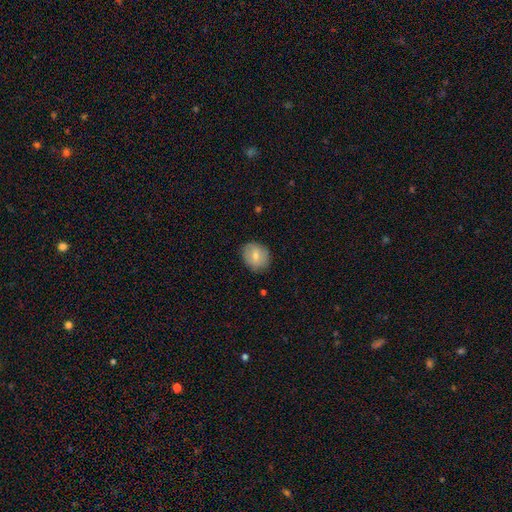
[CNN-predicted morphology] This appears to be a smooth galaxy with no disk features (73%) that is round (65%). Merging: none (82%).